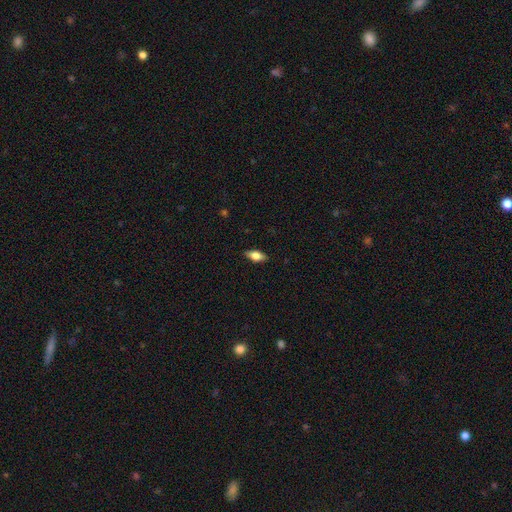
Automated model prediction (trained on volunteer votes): This appears to be a smooth galaxy with no disk features (70%) that is in between round and cigar-shaped (83%). Merging: none (87%).